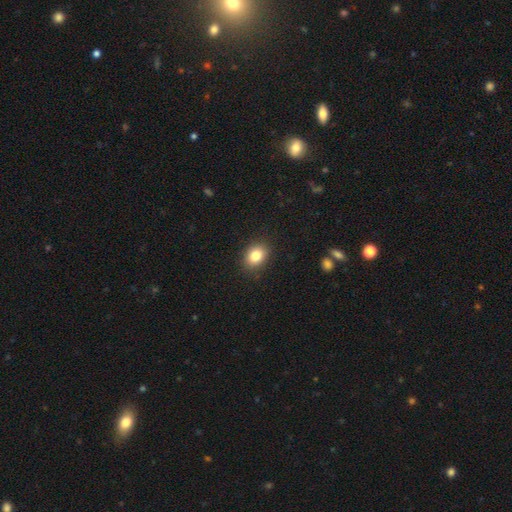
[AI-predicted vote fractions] This is clearly a smooth galaxy (84%). How rounded: likely in between (62%). Merging: clearly none (87%).